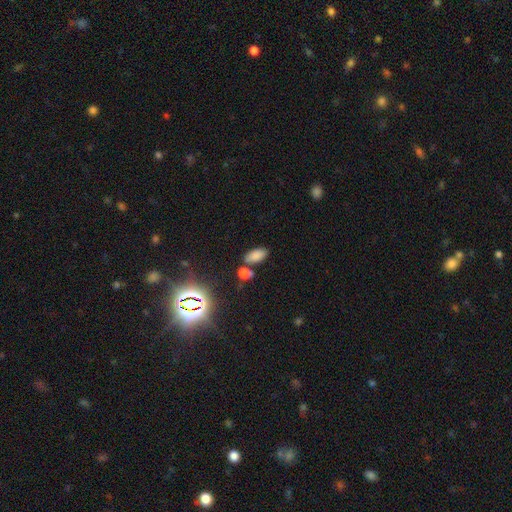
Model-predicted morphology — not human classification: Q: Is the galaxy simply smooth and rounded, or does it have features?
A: smooth — 77%.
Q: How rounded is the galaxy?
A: in between — 90%.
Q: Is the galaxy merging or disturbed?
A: none — 67%.